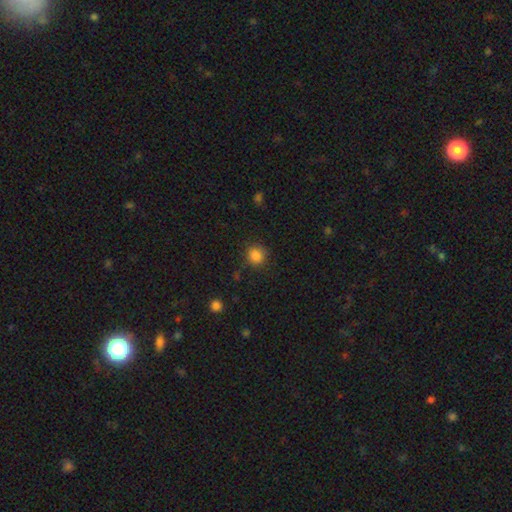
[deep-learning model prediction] Smooth or featured?
  - smooth: 85% *
  - star or artifact: 11%
  - featured or disk: 4%
How rounded?
  - round: 84% *
  - in between: 15%
  - cigar-shaped: 1%
Merging?
  - none: 84% *
  - minor disturbance: 11%
  - major disturbance: 4%
  - merger: 2%